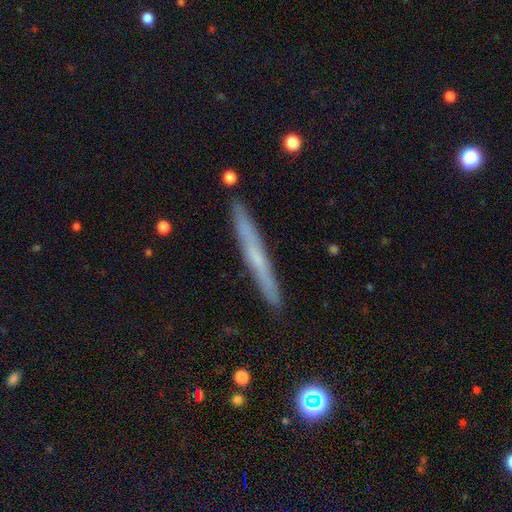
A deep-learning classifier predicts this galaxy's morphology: featured or disk 49%, smooth 45%, star or artifact 6%. Down the decision tree: merging — none (90%).